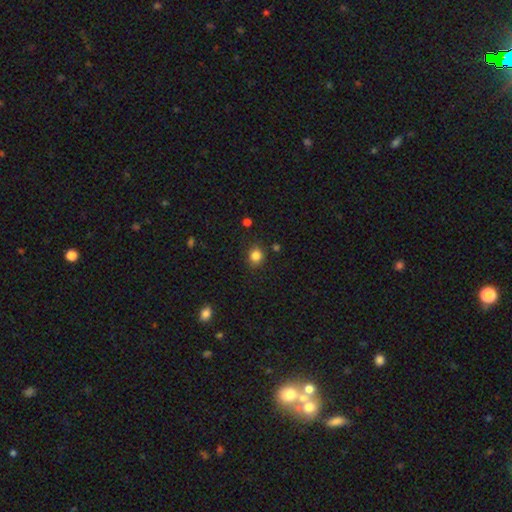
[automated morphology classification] type=smooth (84%); roundness=round (75%); merging=none (86%).